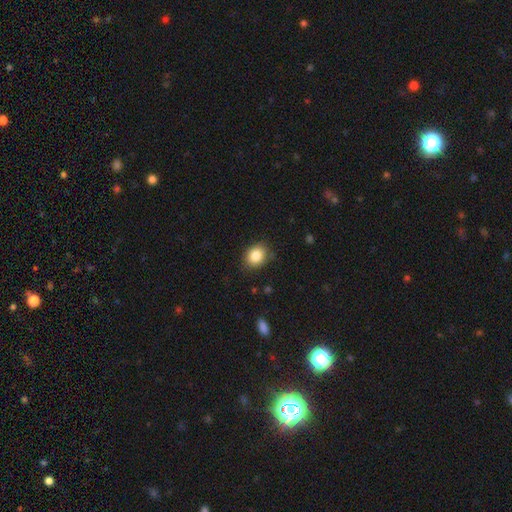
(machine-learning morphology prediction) Smooth or featured? smooth (84%)
How rounded? in between (52%)
Merging? none (82%)